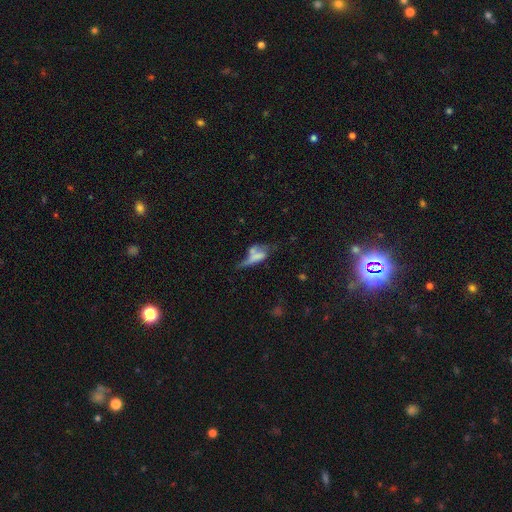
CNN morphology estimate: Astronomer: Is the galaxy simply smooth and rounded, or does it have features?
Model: smooth — 51% (runner-up: featured or disk, 37%).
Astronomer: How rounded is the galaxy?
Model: in between — 62%.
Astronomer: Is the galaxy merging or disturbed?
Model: merger — 38% (runner-up: major disturbance, 24%).